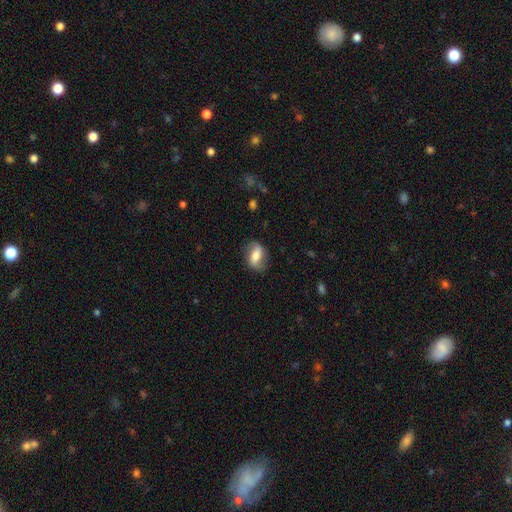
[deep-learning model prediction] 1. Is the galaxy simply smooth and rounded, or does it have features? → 54% smooth, 39% featured or disk, 7% star or artifact.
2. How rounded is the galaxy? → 80% in between, 15% round, 5% cigar-shaped.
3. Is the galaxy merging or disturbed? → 76% none, 17% minor disturbance, 6% major disturbance, 1% merger.